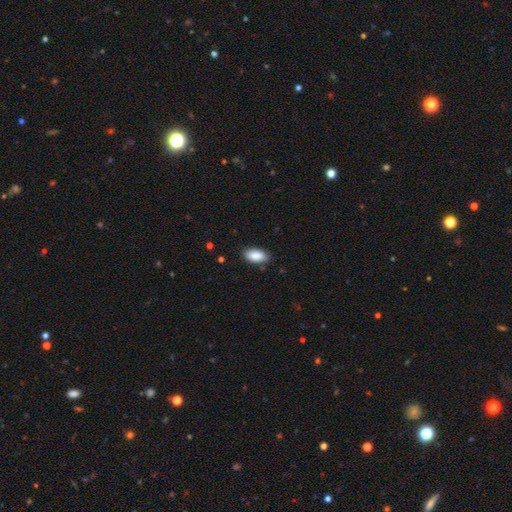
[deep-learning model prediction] Smooth or featured?
  - smooth: 88% *
  - star or artifact: 7%
  - featured or disk: 5%
How rounded?
  - in between: 93% *
  - cigar-shaped: 4%
  - round: 3%
Merging?
  - none: 84% *
  - minor disturbance: 12%
  - major disturbance: 2%
  - merger: 1%